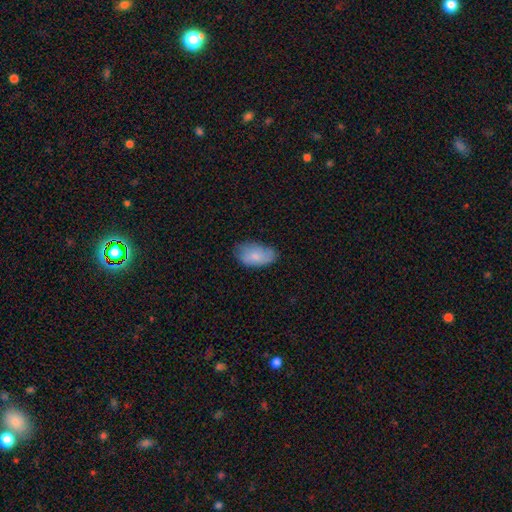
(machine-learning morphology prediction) This appears to be a smooth galaxy with no disk features (79%) that is in between round and cigar-shaped (93%). Merging: none (67%).